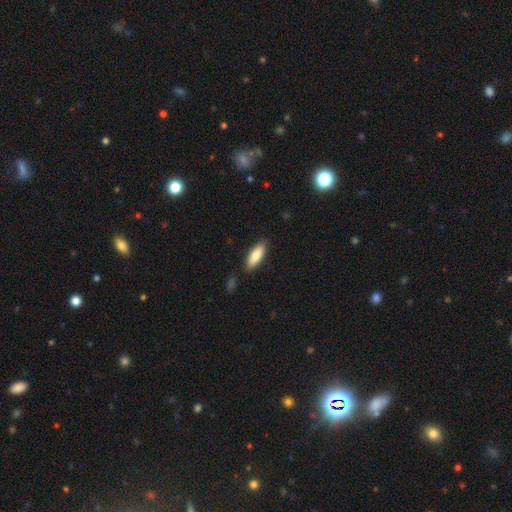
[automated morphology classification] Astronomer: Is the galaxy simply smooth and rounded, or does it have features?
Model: smooth — 83%.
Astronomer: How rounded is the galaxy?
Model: in between — 65%.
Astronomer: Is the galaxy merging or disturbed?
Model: none — 85%.